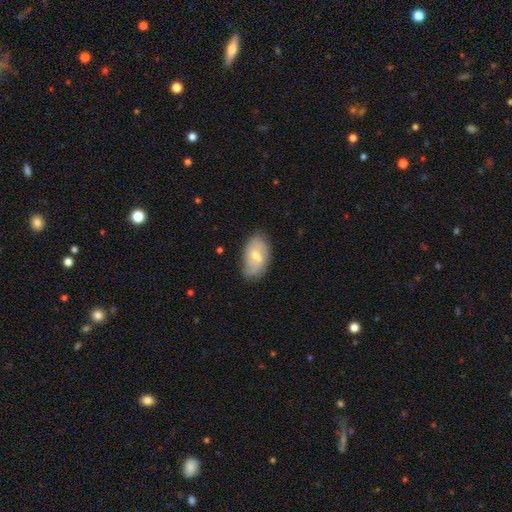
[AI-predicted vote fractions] This is possibly a featured or disk galaxy (52%). It is clearly not viewed edge-on (93%). Merging: likely none (72%).